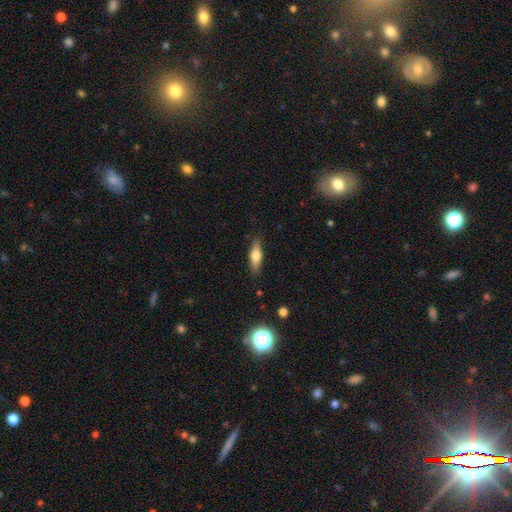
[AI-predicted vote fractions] Morphology: type=smooth (60%); roundness=cigar-shaped (49%); merging=none (85%).